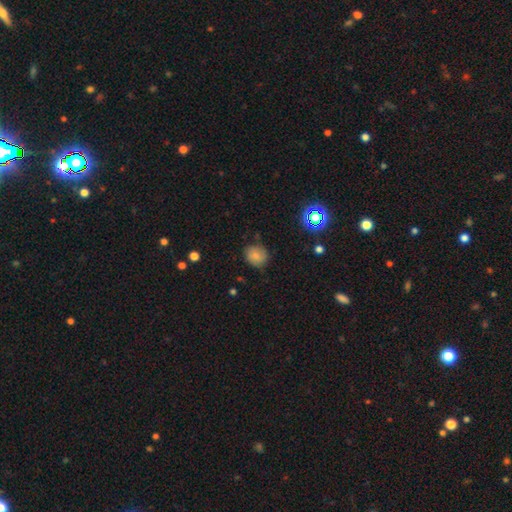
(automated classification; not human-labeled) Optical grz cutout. It shows a smooth galaxy with no disk features (77%) that is round (73%). Merging: none (76%).